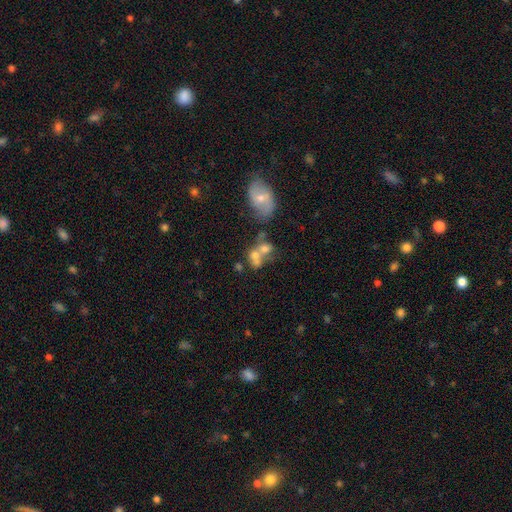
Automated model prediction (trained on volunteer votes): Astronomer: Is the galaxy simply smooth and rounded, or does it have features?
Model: smooth — 59%.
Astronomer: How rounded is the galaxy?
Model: in between — 58% (runner-up: round, 40%).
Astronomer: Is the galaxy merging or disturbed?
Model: merger — 59%.